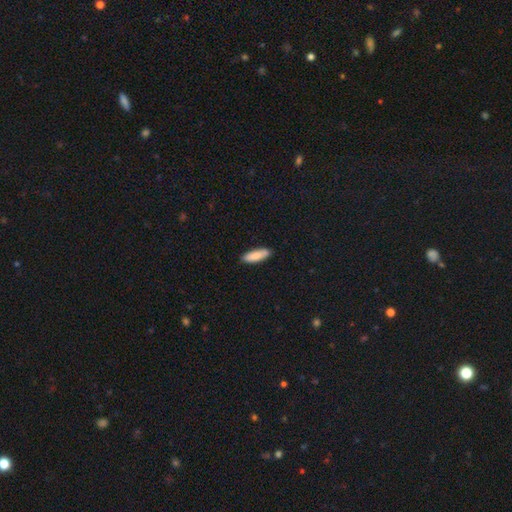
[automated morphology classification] A smooth galaxy with no disk features (87%) that is cigar-shaped (49%, tied with in between). Merging: none (86%).